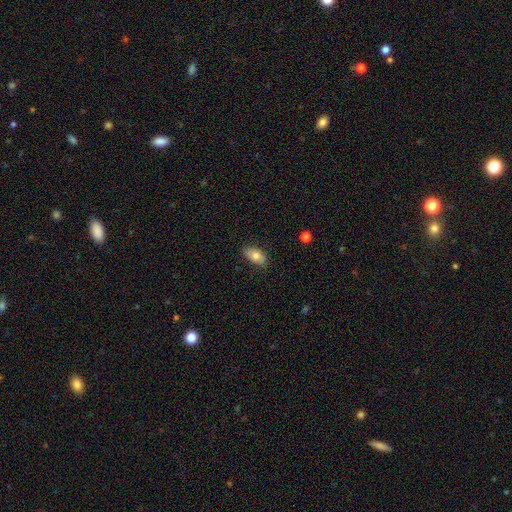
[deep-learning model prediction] Smooth or featured?
  - smooth: 77% *
  - featured or disk: 16%
  - star or artifact: 7%
How rounded?
  - in between: 92% *
  - round: 6%
  - cigar-shaped: 3%
Merging?
  - none: 79% *
  - minor disturbance: 17%
  - major disturbance: 3%
  - merger: 1%